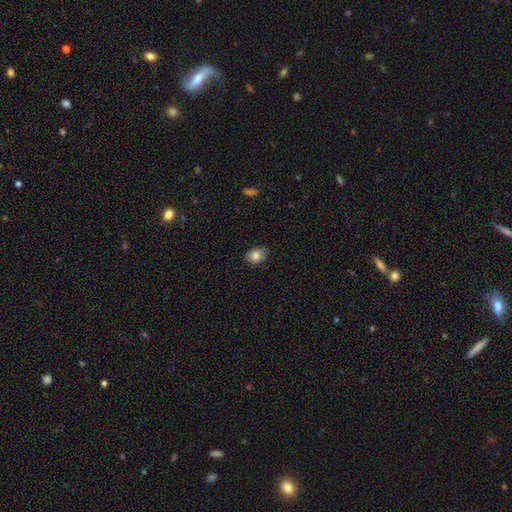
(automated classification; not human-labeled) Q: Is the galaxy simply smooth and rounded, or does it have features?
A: smooth — 84%.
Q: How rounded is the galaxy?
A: in between — 64%.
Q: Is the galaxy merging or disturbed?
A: none — 84%.